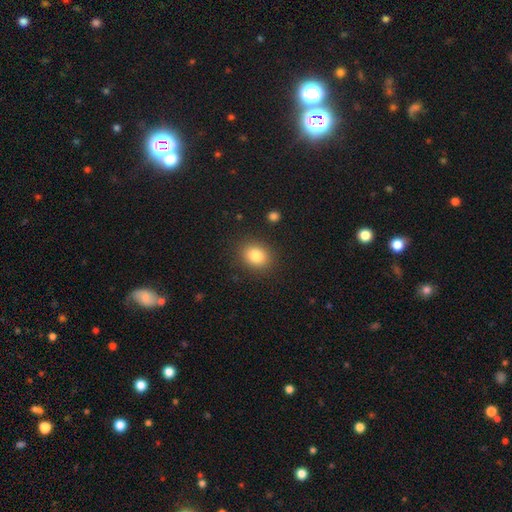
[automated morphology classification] A smooth galaxy with no disk features (83%) that is round (57%). Merging: none (87%).